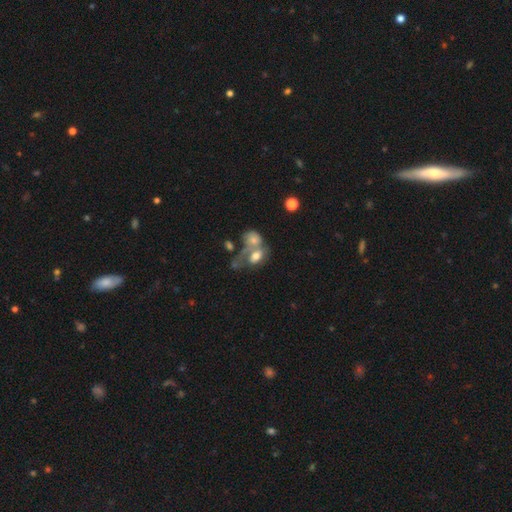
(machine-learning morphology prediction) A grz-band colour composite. It shows a smooth galaxy with no disk features (58%) that is in between round and cigar-shaped (79%). Merging: merger (64%).